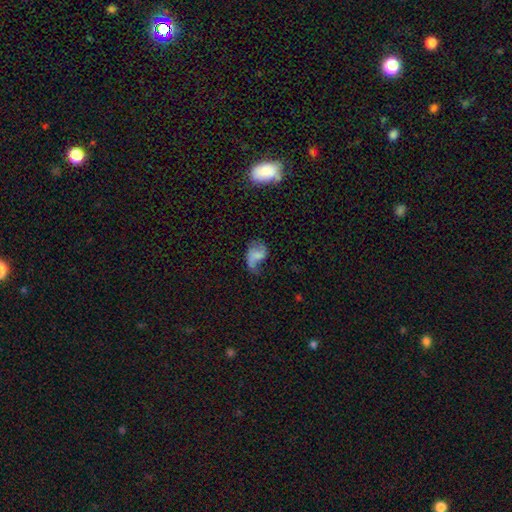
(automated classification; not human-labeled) Morphology: type=featured or disk (47%); merging=major disturbance (39%).